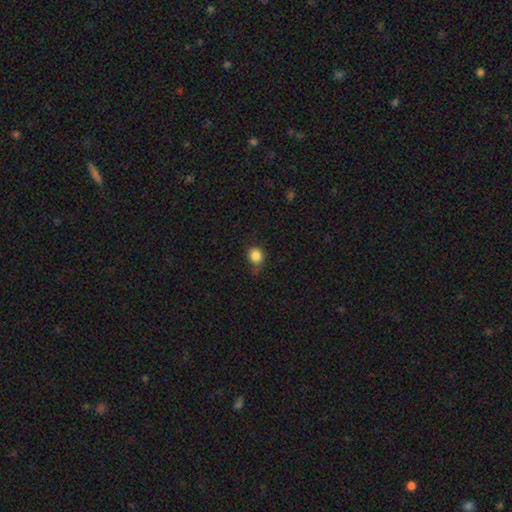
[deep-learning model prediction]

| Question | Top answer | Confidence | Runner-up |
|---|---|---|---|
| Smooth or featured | smooth | 84% | star or artifact (11%) |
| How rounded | round | 81% | in between (18%) |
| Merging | none | 65% | minor disturbance (27%) |